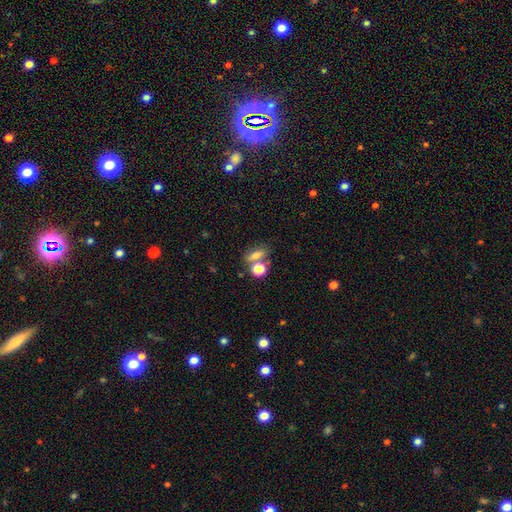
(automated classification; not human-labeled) Morphology: type=smooth (70%); roundness=in between (63%); merging=none (53%).